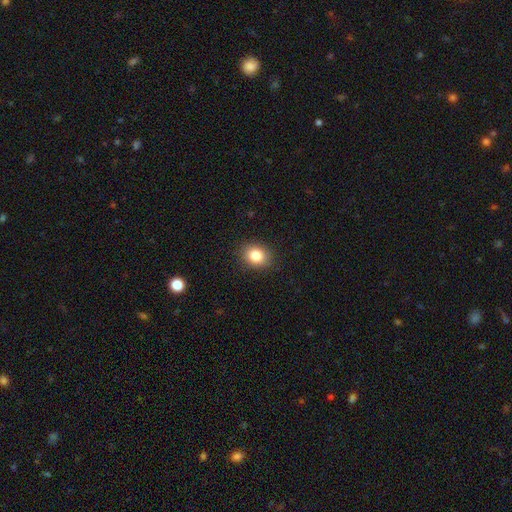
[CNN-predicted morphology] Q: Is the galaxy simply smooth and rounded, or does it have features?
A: smooth — 83%.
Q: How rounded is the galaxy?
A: round — 57%.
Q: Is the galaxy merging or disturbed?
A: none — 89%.